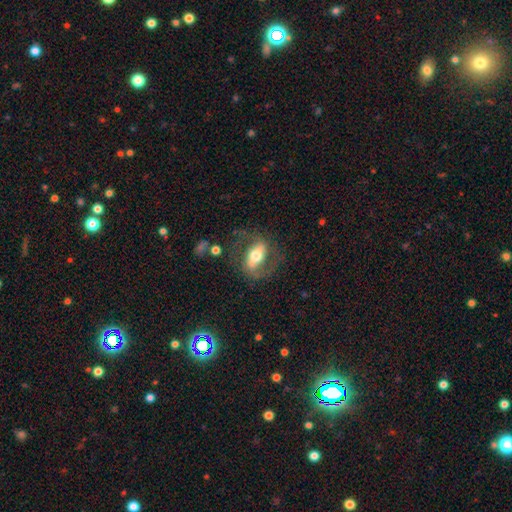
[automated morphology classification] Q: Smooth or featured?
A: featured or disk (67%); runner-up: smooth (26%)
Q: Edge-on disk?
A: no (87%); runner-up: yes (13%)
Q: Bar?
A: strong (53%); runner-up: weak (27%)
Q: Spiral arms?
A: yes (73%); runner-up: no (27%)
Q: Bulge size?
A: moderate (63%); runner-up: large (22%)
Q: Merging?
A: none (66%); runner-up: minor disturbance (17%)